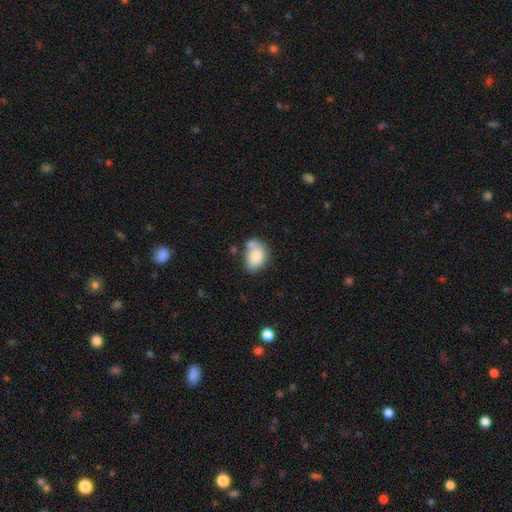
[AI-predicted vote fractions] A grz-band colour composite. It shows a smooth galaxy with no disk features (79%) that is in between round and cigar-shaped (71%). Merging: none (41%).